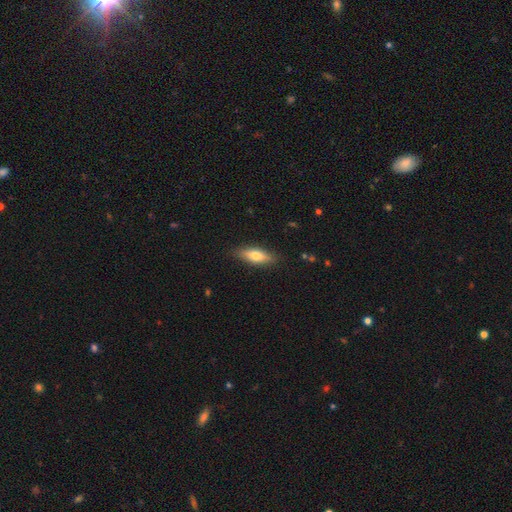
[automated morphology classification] Smooth or featured? smooth (65%)
How rounded? in between (58%)
Merging? none (86%)